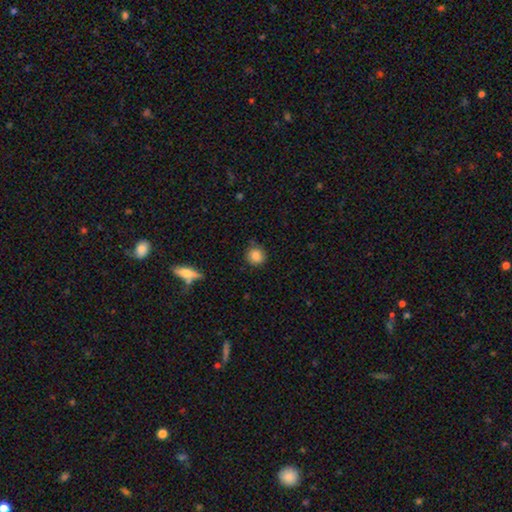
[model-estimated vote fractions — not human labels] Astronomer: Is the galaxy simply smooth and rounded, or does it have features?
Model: smooth — 85%.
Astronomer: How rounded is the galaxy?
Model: round — 87%.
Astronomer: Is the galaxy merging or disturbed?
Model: none — 81%.